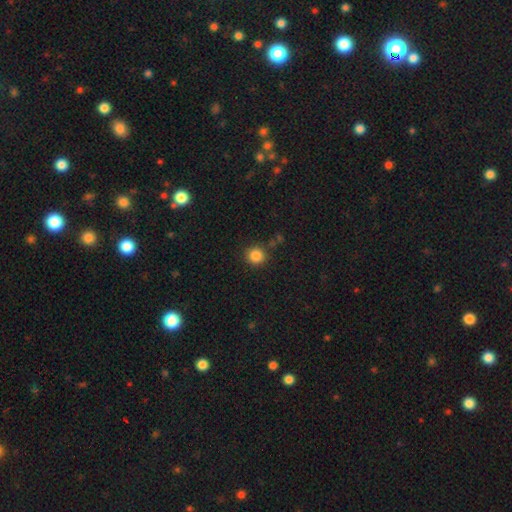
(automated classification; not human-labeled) Smooth or featured?
  - smooth: 85% *
  - star or artifact: 11%
  - featured or disk: 4%
How rounded?
  - round: 92% *
  - in between: 7%
  - cigar-shaped: 1%
Merging?
  - none: 85% *
  - minor disturbance: 9%
  - merger: 3%
  - major disturbance: 3%